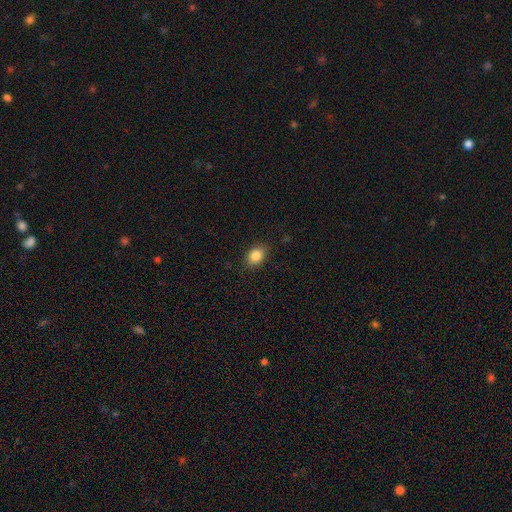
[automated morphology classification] Smooth or featured? Predicted: smooth (p=0.85). How rounded? Predicted: in between (p=0.73). Merging? Predicted: none (p=0.86).